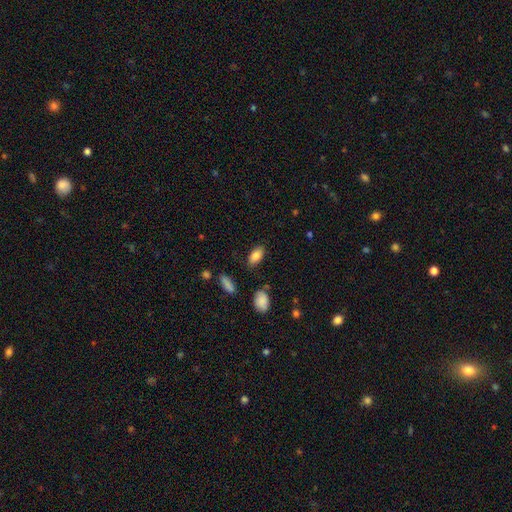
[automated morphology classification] Smooth or featured?
  - smooth: 84% *
  - star or artifact: 8%
  - featured or disk: 8%
How rounded?
  - in between: 91% *
  - cigar-shaped: 5%
  - round: 4%
Merging?
  - none: 84% *
  - minor disturbance: 11%
  - major disturbance: 3%
  - merger: 2%